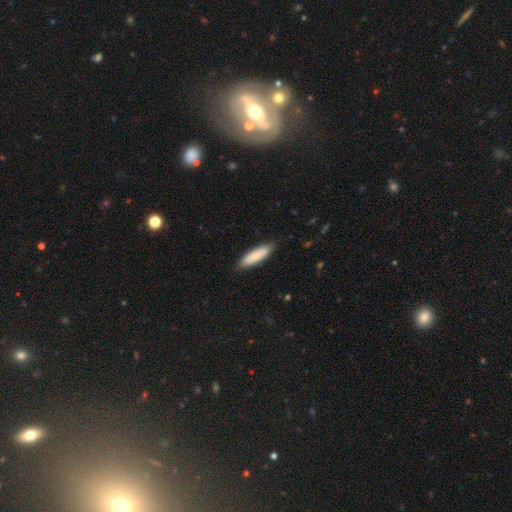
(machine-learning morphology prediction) The model was most divided on "how rounded": cigar-shaped: 57%, in between: 42%, round: 1%. More confident: merging — none (86%); smooth or featured — smooth (82%).